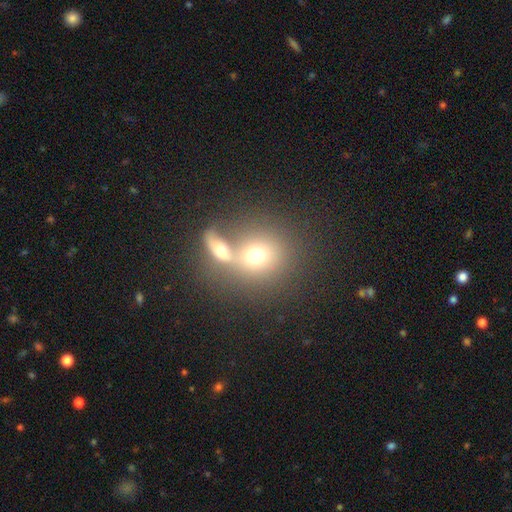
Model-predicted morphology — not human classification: This appears to be a smooth galaxy with no disk features (67%) that is round (79%). Merging: merger (55%).